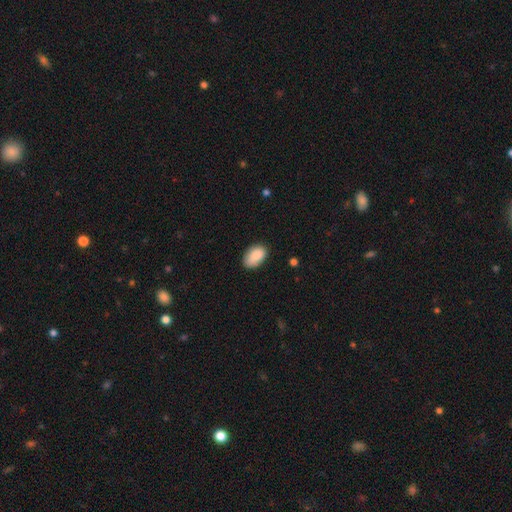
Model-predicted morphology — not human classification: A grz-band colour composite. It shows a smooth galaxy with no disk features (88%) that is in between round and cigar-shaped (92%). Merging: none (75%).